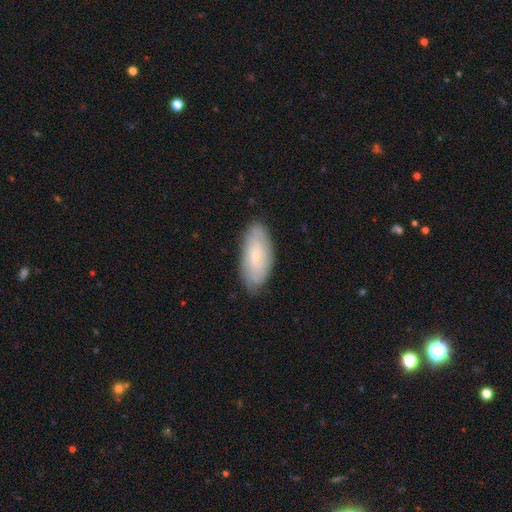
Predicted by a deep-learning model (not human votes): Smooth or featured?
  - smooth: 55% *
  - featured or disk: 38%
  - star or artifact: 7%
How rounded?
  - in between: 86% *
  - cigar-shaped: 12%
  - round: 2%
Merging?
  - none: 81% *
  - minor disturbance: 15%
  - major disturbance: 3%
  - merger: 1%